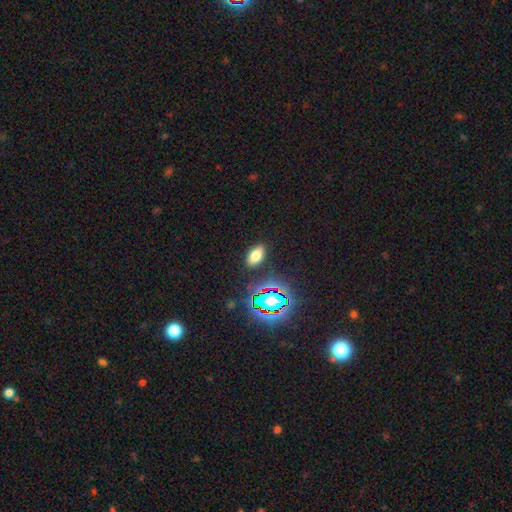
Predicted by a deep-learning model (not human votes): smooth 68%, star or artifact 21%, featured or disk 11%. Down the decision tree: how rounded — in between (89%); merging — none (88%).